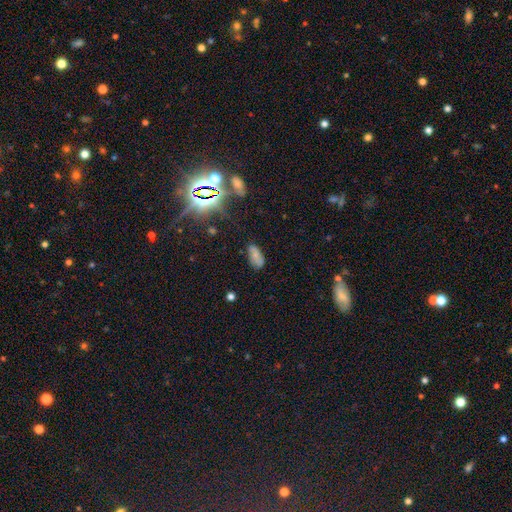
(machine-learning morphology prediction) A smooth galaxy with no disk features (65%) that is in between round and cigar-shaped (90%).

Vote fractions:
- Smooth or featured? smooth: 65% / featured or disk: 18% / star or artifact: 17%
- How rounded? in between: 90% / cigar-shaped: 6% / round: 4%
- Merging? none: 66% / minor disturbance: 23% / major disturbance: 7% / merger: 4%